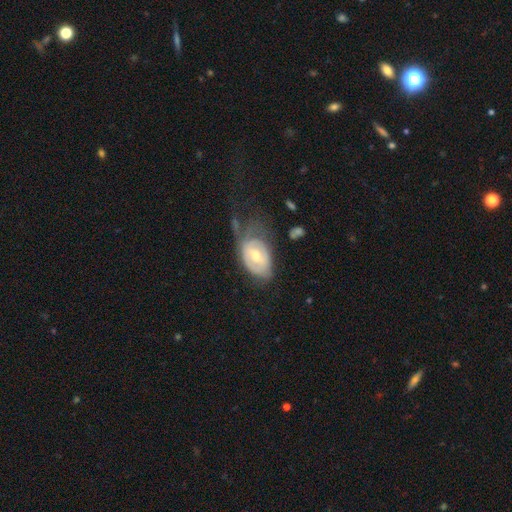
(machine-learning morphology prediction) Smooth or featured?
  - featured or disk: 59% *
  - smooth: 35%
  - star or artifact: 6%
Edge-on disk?
  - no: 94% *
  - yes: 6%
Bar?
  - no: 50% *
  - weak: 39%
  - strong: 11%
Spiral arms?
  - yes: 54% *
  - no: 46%
Bulge size?
  - moderate: 66% *
  - small: 28%
  - large: 4%
  - none: 1%
  - dominant: 1%
Merging?
  - major disturbance: 34% *
  - none: 32%
  - minor disturbance: 30%
  - merger: 4%